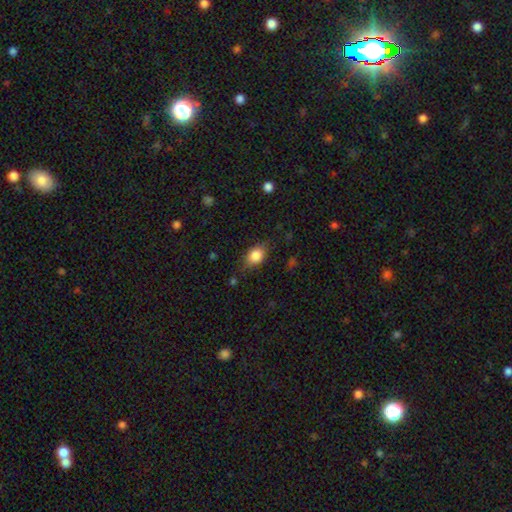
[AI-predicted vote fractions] Smooth or featured?
  - smooth: 83% *
  - featured or disk: 9%
  - star or artifact: 8%
How rounded?
  - in between: 77% *
  - round: 21%
  - cigar-shaped: 3%
Merging?
  - none: 75% *
  - minor disturbance: 19%
  - major disturbance: 5%
  - merger: 1%